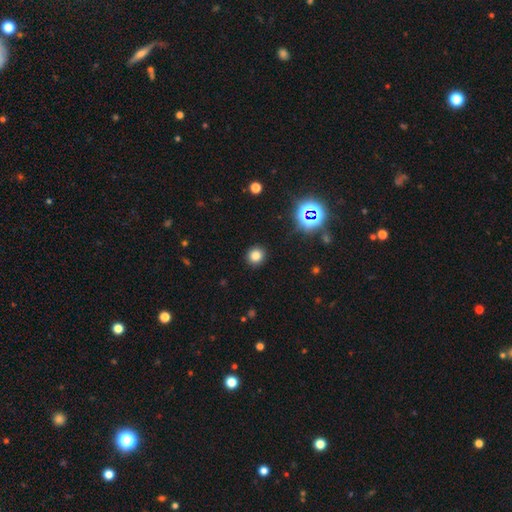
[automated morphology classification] Overall: smooth (78%). How rounded: round (89%). Merging: none (91%).